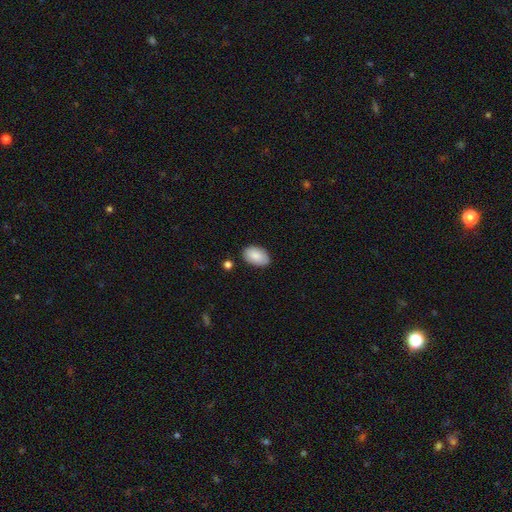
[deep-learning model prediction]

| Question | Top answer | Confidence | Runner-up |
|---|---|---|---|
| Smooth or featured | smooth | 87% | featured or disk (7%) |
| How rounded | in between | 91% | round (8%) |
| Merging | none | 82% | minor disturbance (13%) |